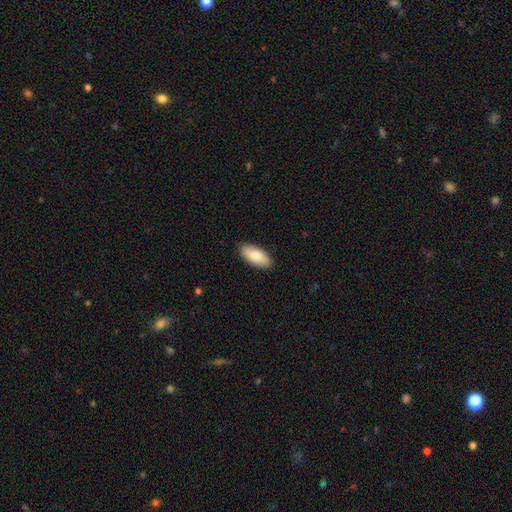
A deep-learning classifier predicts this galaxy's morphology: type=smooth (84%); roundness=in between (88%); merging=none (89%).